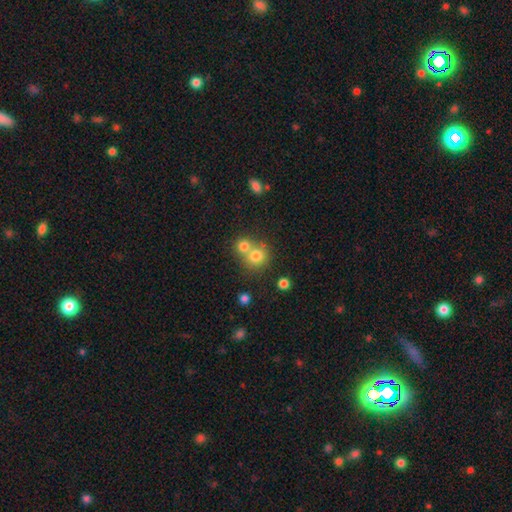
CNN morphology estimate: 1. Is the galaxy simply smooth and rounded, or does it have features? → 76% smooth, 13% star or artifact, 11% featured or disk.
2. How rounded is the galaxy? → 85% round, 14% in between, 1% cigar-shaped.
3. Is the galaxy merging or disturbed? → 47% merger, 44% none, 6% minor disturbance, 3% major disturbance.